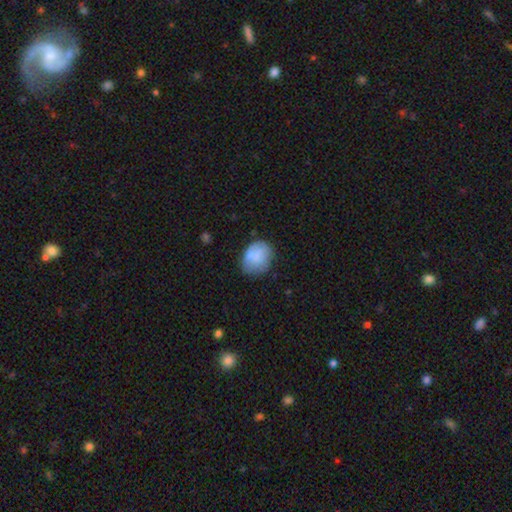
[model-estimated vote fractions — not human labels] Q: Smooth or featured?
A: smooth (72%); runner-up: featured or disk (20%)
Q: How rounded?
A: round (51%); runner-up: in between (48%)
Q: Merging?
A: none (57%); runner-up: minor disturbance (28%)